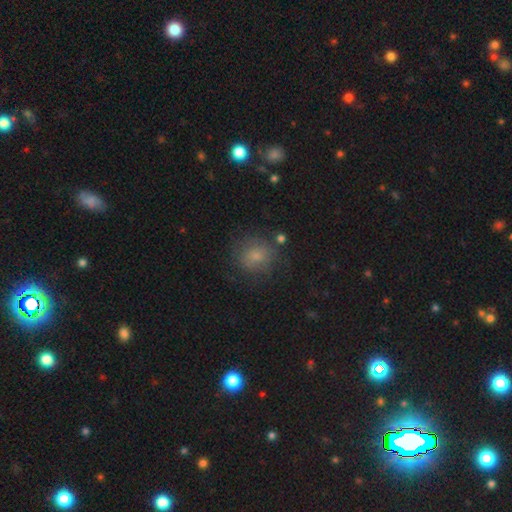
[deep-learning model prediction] Q: Smooth or featured?
A: smooth (73%); runner-up: featured or disk (15%)
Q: How rounded?
A: round (82%); runner-up: in between (17%)
Q: Merging?
A: none (71%); runner-up: minor disturbance (17%)